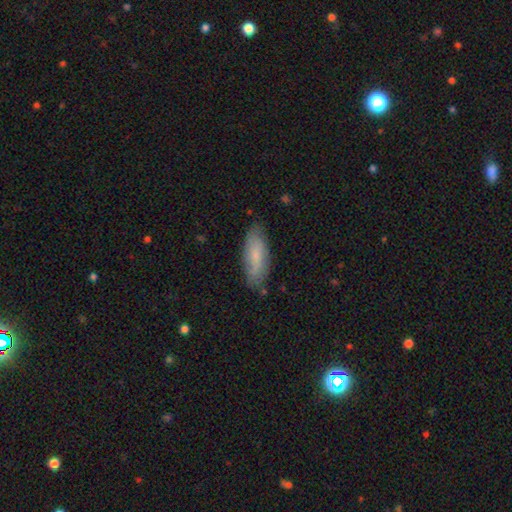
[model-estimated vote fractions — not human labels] Smooth or featured?
  - smooth: 71% *
  - featured or disk: 23%
  - star or artifact: 6%
How rounded?
  - in between: 69% *
  - cigar-shaped: 29%
  - round: 2%
Merging?
  - none: 77% *
  - minor disturbance: 18%
  - major disturbance: 3%
  - merger: 2%